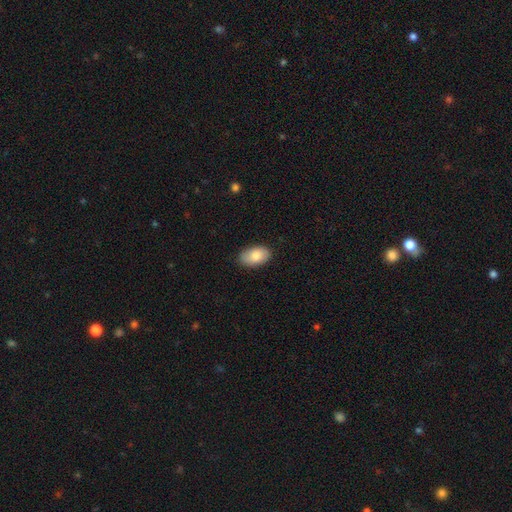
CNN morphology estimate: This is clearly a smooth galaxy (84%). How rounded: clearly in between (94%). Merging: clearly none (86%).